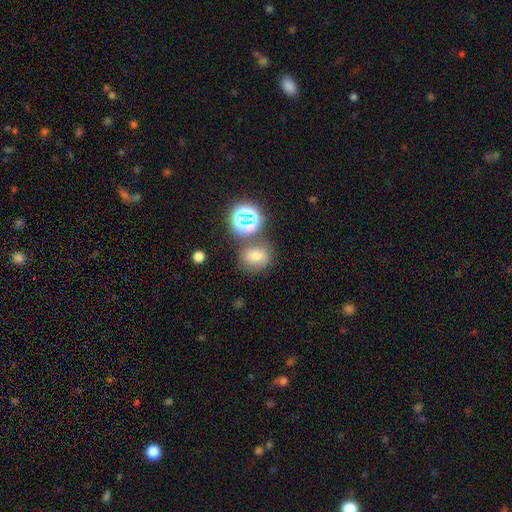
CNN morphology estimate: Q: Smooth or featured?
A: smooth (62%); runner-up: star or artifact (26%)
Q: How rounded?
A: round (63%); runner-up: in between (36%)
Q: Merging?
A: none (68%); runner-up: merger (14%)